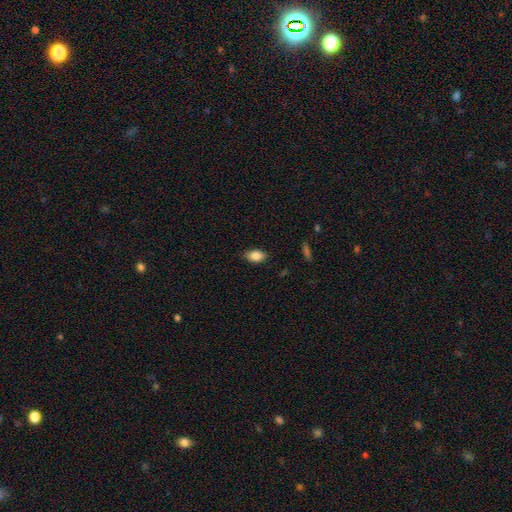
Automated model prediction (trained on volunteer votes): This appears to be a smooth galaxy with no disk features (86%) that is in between round and cigar-shaped (88%). Merging: none (82%).